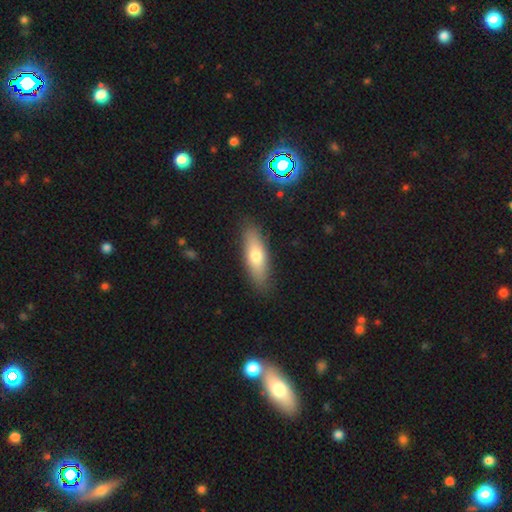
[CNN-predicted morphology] Smooth or featured? Predicted: smooth (p=0.69). How rounded? Predicted: in between (p=0.54). Merging? Predicted: none (p=0.86).